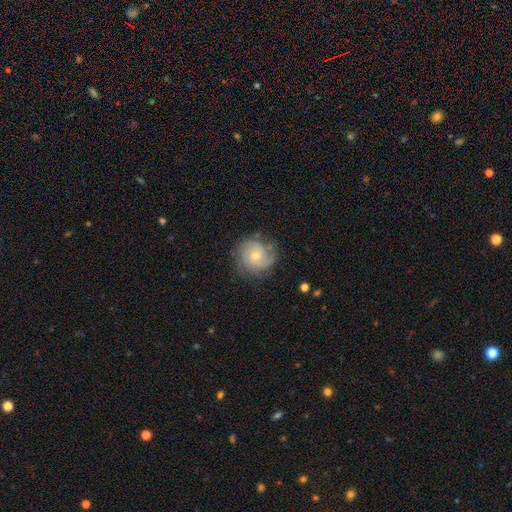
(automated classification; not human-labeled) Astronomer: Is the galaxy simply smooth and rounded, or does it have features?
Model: featured or disk — 69%.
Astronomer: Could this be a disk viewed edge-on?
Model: no — 98%.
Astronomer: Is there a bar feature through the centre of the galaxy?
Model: no — 77%.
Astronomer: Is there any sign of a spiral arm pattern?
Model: yes — 91%.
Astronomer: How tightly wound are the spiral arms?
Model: tight — 55% (runner-up: medium, 33%).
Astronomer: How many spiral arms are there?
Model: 2 — 40% (runner-up: can't tell, 26%).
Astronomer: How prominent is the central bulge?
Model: small — 49% (runner-up: moderate, 48%).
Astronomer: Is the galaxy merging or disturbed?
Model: none — 75%.